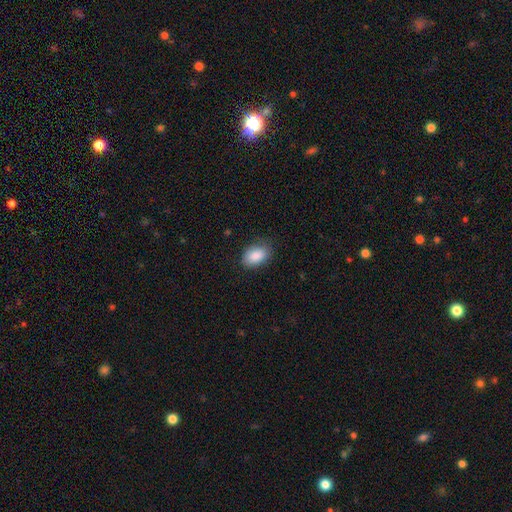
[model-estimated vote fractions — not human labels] Q: Smooth or featured?
A: smooth (89%); runner-up: star or artifact (7%)
Q: How rounded?
A: in between (89%); runner-up: round (10%)
Q: Merging?
A: none (81%); runner-up: minor disturbance (15%)